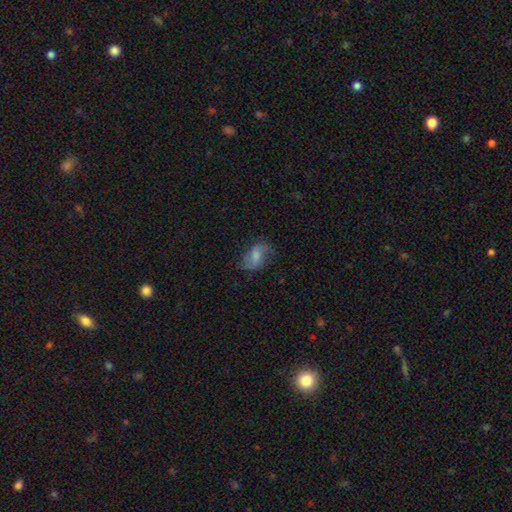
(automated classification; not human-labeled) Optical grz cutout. It shows a featured or disk galaxy (47%). Merging: none (64%).